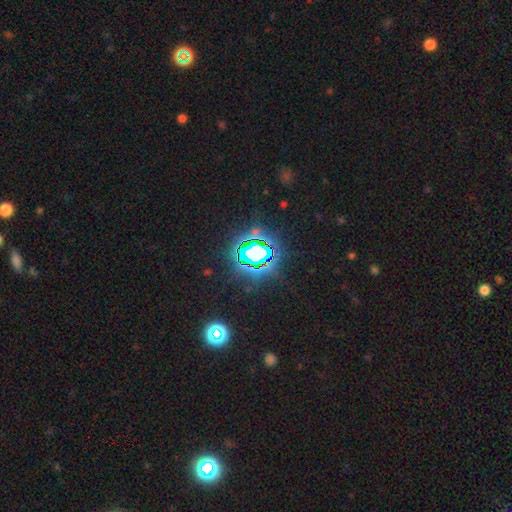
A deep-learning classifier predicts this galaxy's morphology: This appears to be a star or artifact, not a galaxy (76%).